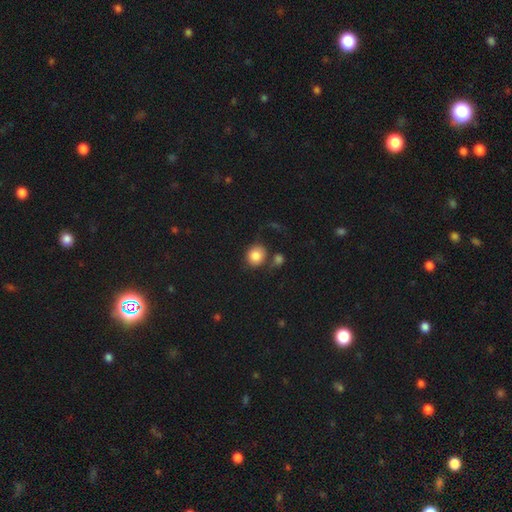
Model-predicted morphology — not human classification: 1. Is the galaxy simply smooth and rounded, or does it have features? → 85% smooth, 9% star or artifact, 6% featured or disk.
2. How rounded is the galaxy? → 79% round, 20% in between, 1% cigar-shaped.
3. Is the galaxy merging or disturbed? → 64% none, 16% merger, 14% minor disturbance, 6% major disturbance.